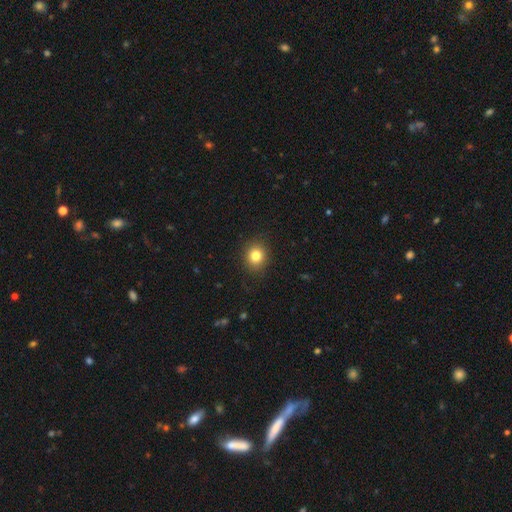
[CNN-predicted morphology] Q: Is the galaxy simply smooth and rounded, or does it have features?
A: smooth — 82%.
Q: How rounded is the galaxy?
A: round — 76%.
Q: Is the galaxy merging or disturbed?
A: none — 89%.